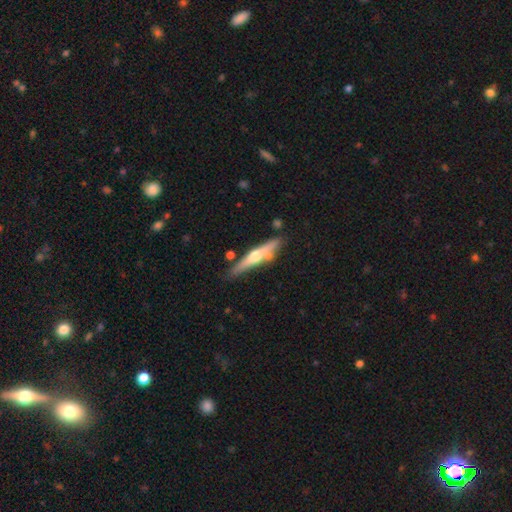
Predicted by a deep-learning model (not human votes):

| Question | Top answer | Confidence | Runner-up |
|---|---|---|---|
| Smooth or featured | featured or disk | 61% | smooth (33%) |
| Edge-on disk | yes | 95% | no (5%) |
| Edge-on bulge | rounded | 92% | none (5%) |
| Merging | none | 74% | minor disturbance (15%) |